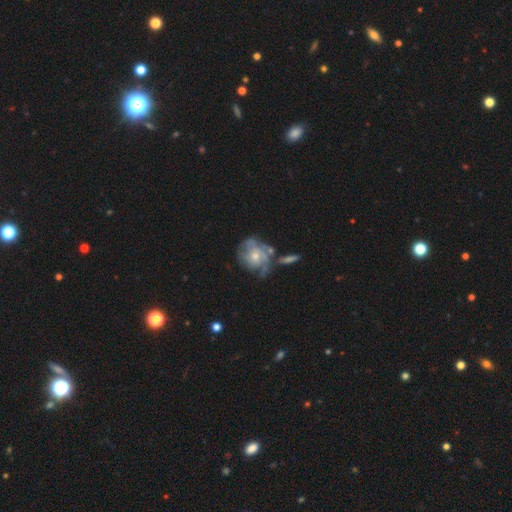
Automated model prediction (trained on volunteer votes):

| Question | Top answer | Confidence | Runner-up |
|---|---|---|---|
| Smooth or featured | featured or disk | 69% | smooth (24%) |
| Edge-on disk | no | 97% | yes (3%) |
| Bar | no | 77% | weak (20%) |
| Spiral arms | yes | 79% | no (21%) |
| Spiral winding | tight | 53% | medium (32%) |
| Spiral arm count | can't tell | 50% | 3 (16%) |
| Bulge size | small | 47% | moderate (46%) |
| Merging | none | 45% | minor disturbance (22%) |